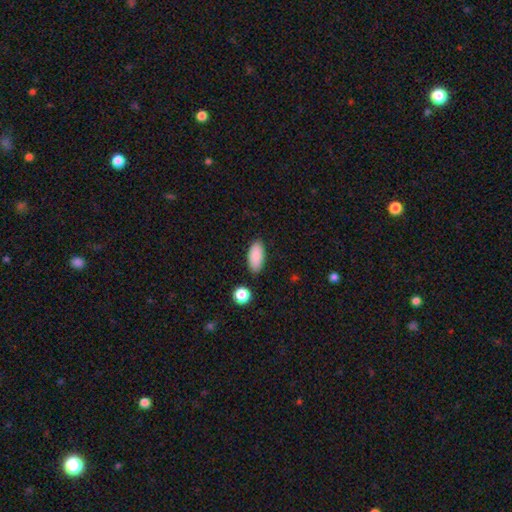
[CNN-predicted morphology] smooth-or-featured: smooth: 89% | star or artifact: 7% | featured or disk: 5%
  how-rounded: in between: 90% | cigar-shaped: 8% | round: 2%
  merging: none: 85% | minor disturbance: 10% | merger: 3% | major disturbance: 2%